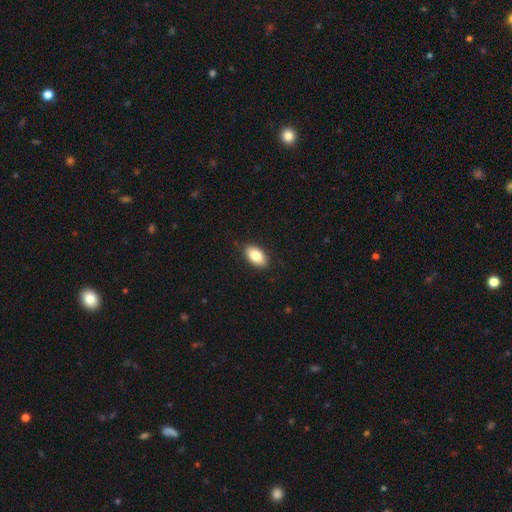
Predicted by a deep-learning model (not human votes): Smooth or featured? Predicted: smooth (p=0.83). How rounded? Predicted: in between (p=0.93). Merging? Predicted: none (p=0.88).